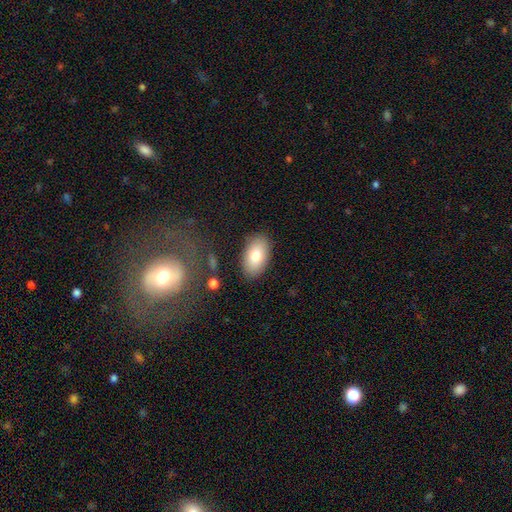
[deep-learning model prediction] This appears to be a smooth galaxy with no disk features (78%) that is in between round and cigar-shaped (93%). Merging: none (86%).